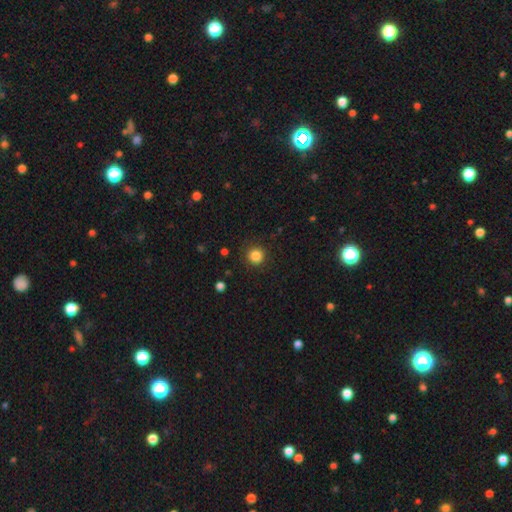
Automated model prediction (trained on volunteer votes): smooth 85%, star or artifact 12%, featured or disk 4%. Down the decision tree: how rounded — round (94%); merging — none (89%).